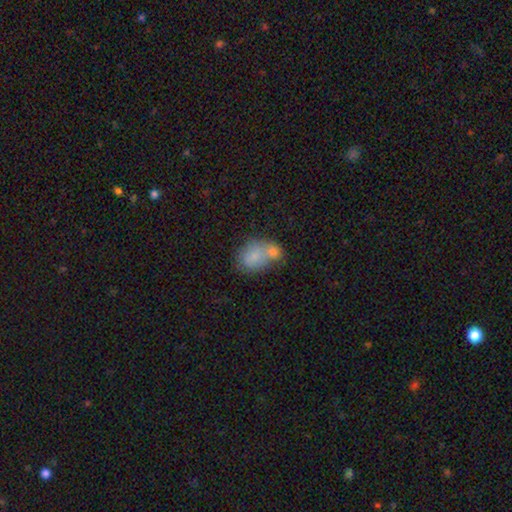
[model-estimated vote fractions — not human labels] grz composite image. It shows a smooth galaxy with no disk features (75%) that is in between round and cigar-shaped (67%). Merging: merger (60%).